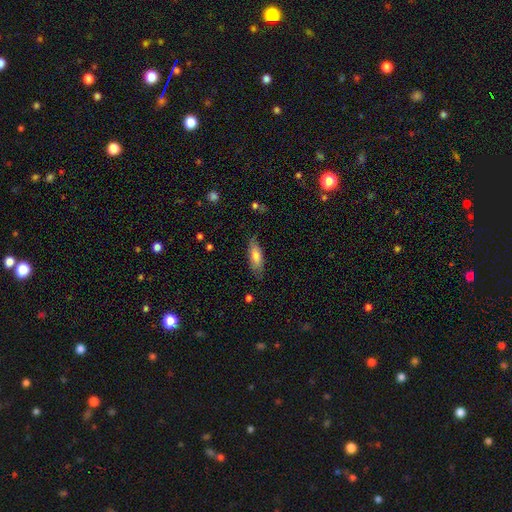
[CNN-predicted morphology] Smooth or featured?
  - smooth: 70% *
  - featured or disk: 24%
  - star or artifact: 6%
How rounded?
  - in between: 60% *
  - cigar-shaped: 38%
  - round: 2%
Merging?
  - none: 75% *
  - minor disturbance: 20%
  - major disturbance: 4%
  - merger: 1%